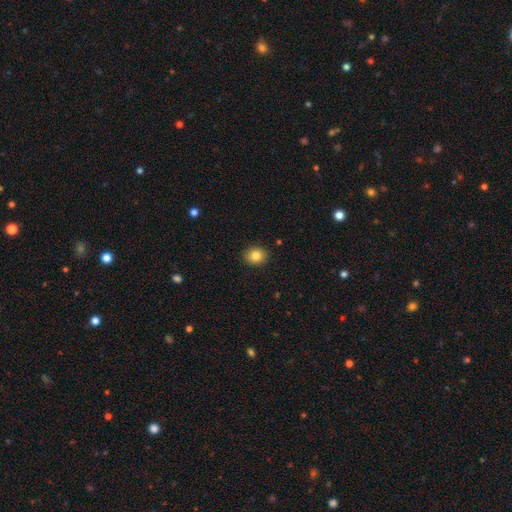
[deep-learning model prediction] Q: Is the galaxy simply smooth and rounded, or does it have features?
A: smooth — 83%.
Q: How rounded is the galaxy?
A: round — 70%.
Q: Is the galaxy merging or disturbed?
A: none — 90%.